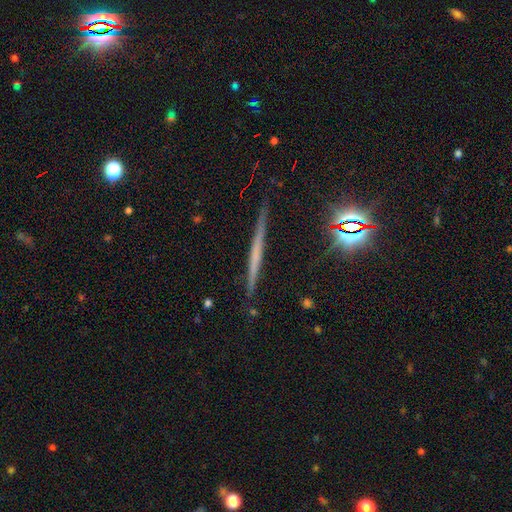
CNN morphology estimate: A featured or disk galaxy (52%) viewed edge-on (97%) with no central bulge (84%). Merging: none (89%).